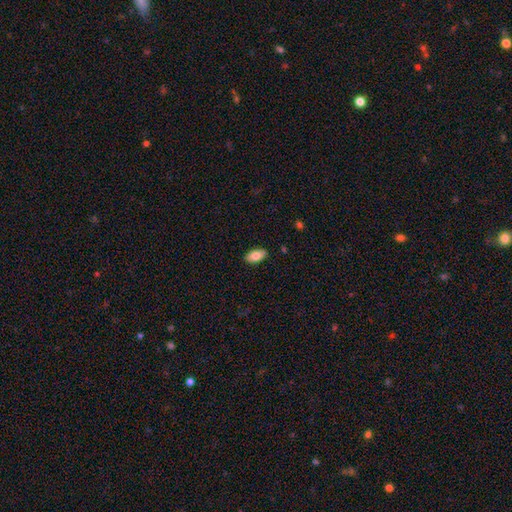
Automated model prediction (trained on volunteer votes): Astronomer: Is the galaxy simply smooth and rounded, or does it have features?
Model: smooth — 81%.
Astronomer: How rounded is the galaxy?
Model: in between — 93%.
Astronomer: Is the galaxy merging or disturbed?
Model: none — 88%.